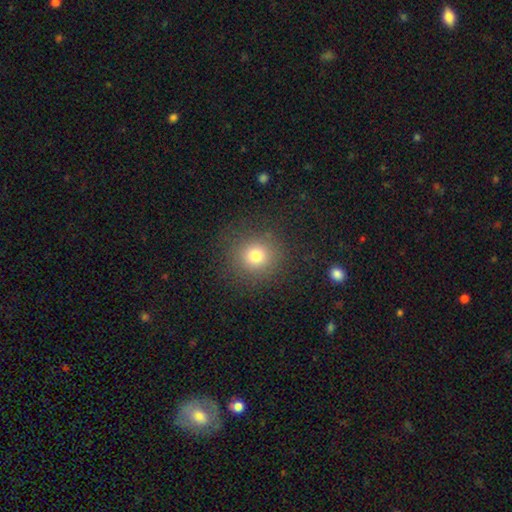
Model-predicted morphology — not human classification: The model was most divided on "smooth or featured": smooth: 77%, star or artifact: 15%, featured or disk: 8%. More confident: how rounded — round (91%); merging — none (86%).